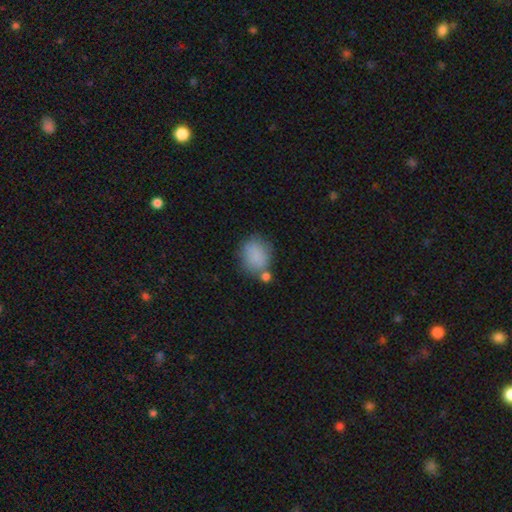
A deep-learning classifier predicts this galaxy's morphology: Overall: smooth (83%). How rounded: round (64%; in between 35%). Merging: none (59%; minor disturbance 19%).